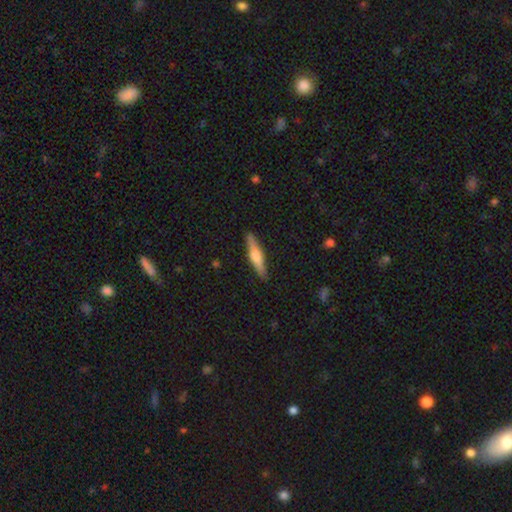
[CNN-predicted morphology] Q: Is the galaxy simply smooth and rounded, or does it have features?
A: featured or disk — 53%.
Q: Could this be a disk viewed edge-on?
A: yes — 96%.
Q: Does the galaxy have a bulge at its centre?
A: rounded — 85%.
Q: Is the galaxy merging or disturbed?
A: none — 89%.